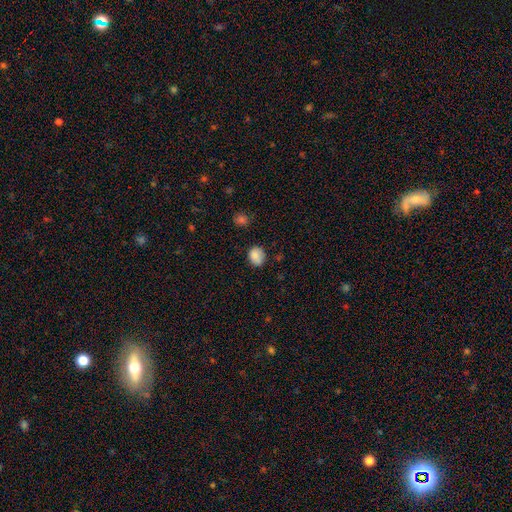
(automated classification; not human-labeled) This appears to be a smooth galaxy with no disk features (85%) that is round (56%). Merging: none (74%).